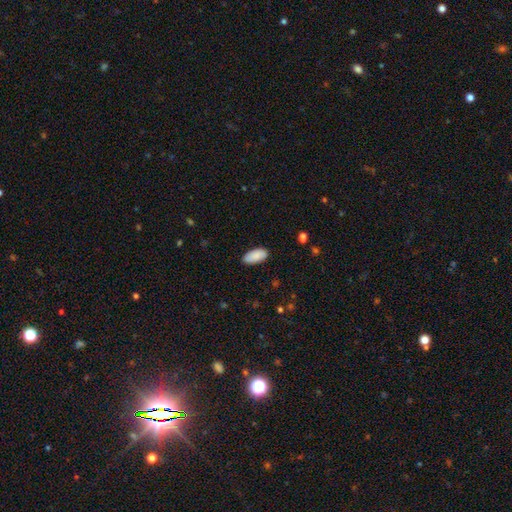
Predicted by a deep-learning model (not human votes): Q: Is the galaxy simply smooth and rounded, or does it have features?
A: smooth — 89%.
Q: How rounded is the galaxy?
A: in between — 93%.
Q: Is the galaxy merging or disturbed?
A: none — 86%.